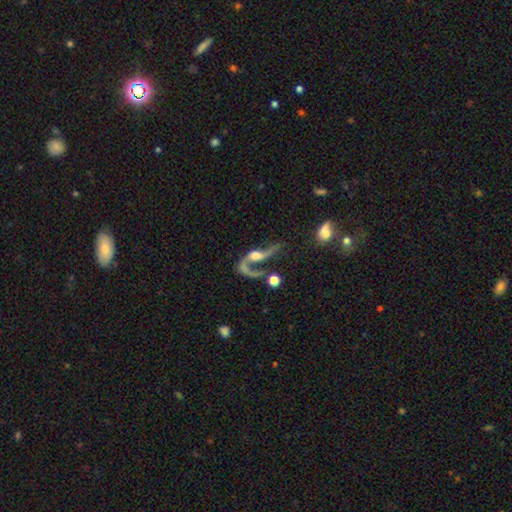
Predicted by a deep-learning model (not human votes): smooth_or_featured: featured or disk (p=0.79) [alt: smooth p=0.12]
disk_edge_on: no (p=0.91) [alt: yes p=0.09]
bar: no (p=0.56) [alt: weak p=0.29]
has_spiral_arms: yes (p=0.88) [alt: no p=0.12]
spiral_winding: loose (p=0.85) [alt: medium p=0.12]
spiral_arm_count: 2 (p=0.74) [alt: 1 p=0.20]
bulge_size: moderate (p=0.44) [alt: small p=0.20]
merging: major disturbance (p=0.35) [alt: none p=0.32]